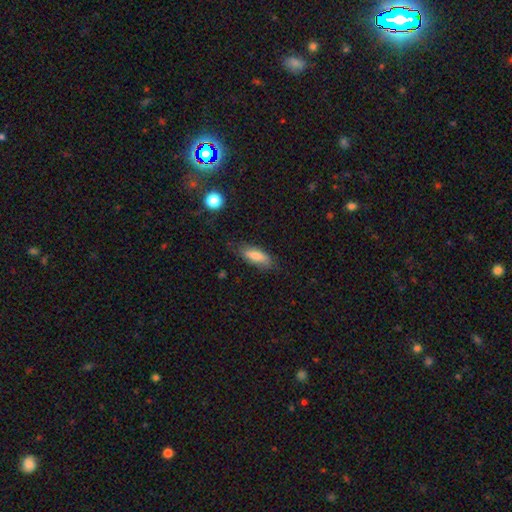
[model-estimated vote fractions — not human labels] Smooth or featured? Predicted: smooth (p=0.78). How rounded? Predicted: in between (p=0.64). Merging? Predicted: none (p=0.76).